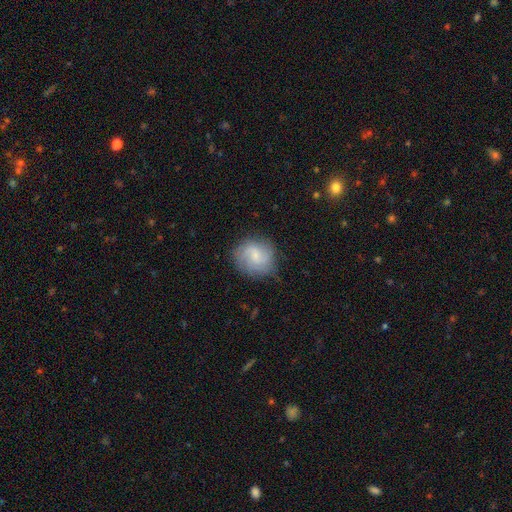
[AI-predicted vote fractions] Q: Smooth or featured?
A: featured or disk (52%); runner-up: smooth (40%)
Q: Edge-on disk?
A: no (98%); runner-up: yes (2%)
Q: Bar?
A: weak (52%); runner-up: no (41%)
Q: Spiral arms?
A: yes (89%); runner-up: no (11%)
Q: Bulge size?
A: small (59%); runner-up: moderate (26%)
Q: Merging?
A: none (76%); runner-up: minor disturbance (17%)